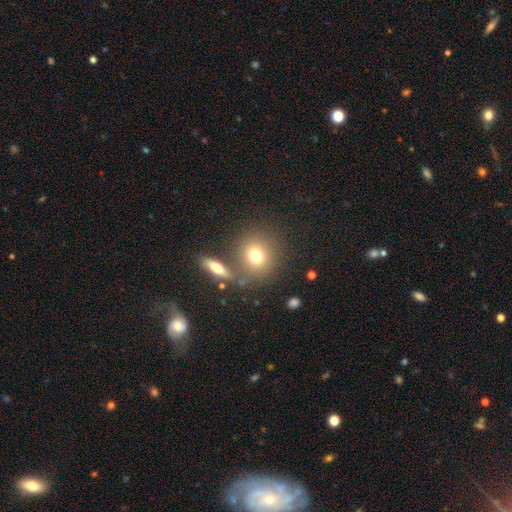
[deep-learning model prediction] Smooth or featured?
  - smooth: 74% *
  - featured or disk: 14%
  - star or artifact: 12%
How rounded?
  - round: 79% *
  - in between: 19%
  - cigar-shaped: 2%
Merging?
  - none: 71% *
  - merger: 15%
  - minor disturbance: 10%
  - major disturbance: 4%